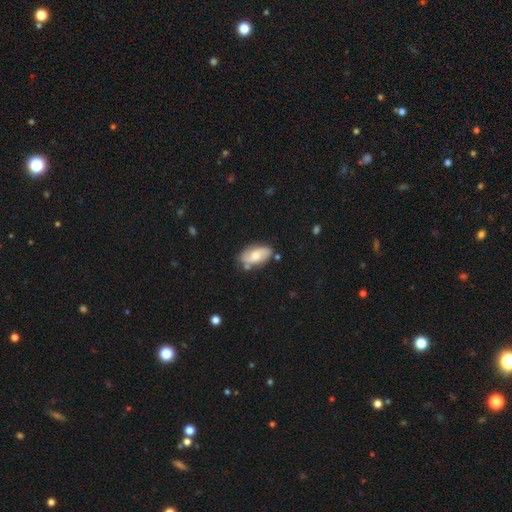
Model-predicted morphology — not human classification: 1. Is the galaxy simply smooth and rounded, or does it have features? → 53% smooth, 40% featured or disk, 7% star or artifact.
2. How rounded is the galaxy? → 92% in between, 4% cigar-shaped, 4% round.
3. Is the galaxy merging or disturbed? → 72% none, 19% minor disturbance, 5% merger, 4% major disturbance.